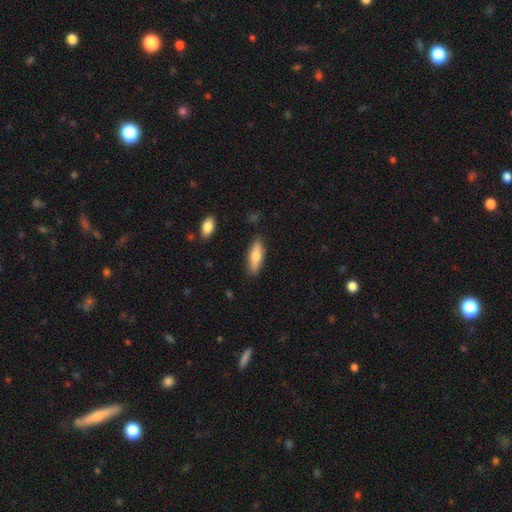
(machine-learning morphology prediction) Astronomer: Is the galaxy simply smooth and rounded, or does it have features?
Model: smooth — 73%.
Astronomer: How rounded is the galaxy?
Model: cigar-shaped — 50% (runner-up: in between, 48%).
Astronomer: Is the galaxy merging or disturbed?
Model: none — 84%.